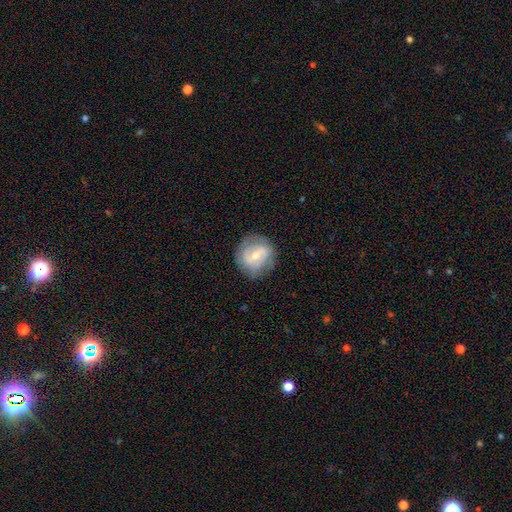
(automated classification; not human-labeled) Overall: featured or disk (63%; smooth 31%). Edge-on disk: no (97%). Bar: weak (49%; no 30%). Spiral arms: yes (79%). Bulge size: moderate (50%; small 46%). Merging: none (79%).